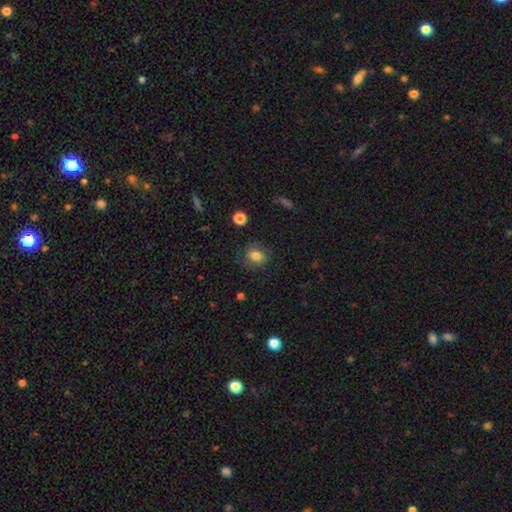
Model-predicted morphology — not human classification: type=smooth (81%); roundness=round (60%); merging=none (75%).